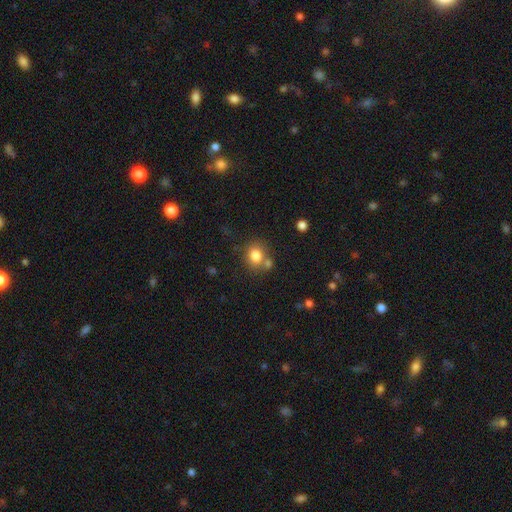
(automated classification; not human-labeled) Q: Smooth or featured?
A: smooth (81%); runner-up: star or artifact (11%)
Q: How rounded?
A: round (72%); runner-up: in between (27%)
Q: Merging?
A: none (62%); runner-up: merger (22%)